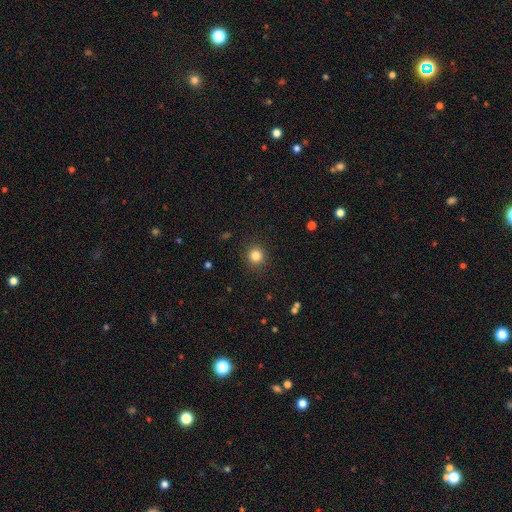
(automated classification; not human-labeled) Smooth or featured?
  - smooth: 83% *
  - star or artifact: 12%
  - featured or disk: 5%
How rounded?
  - round: 93% *
  - in between: 6%
  - cigar-shaped: 1%
Merging?
  - none: 91% *
  - minor disturbance: 6%
  - major disturbance: 2%
  - merger: 1%